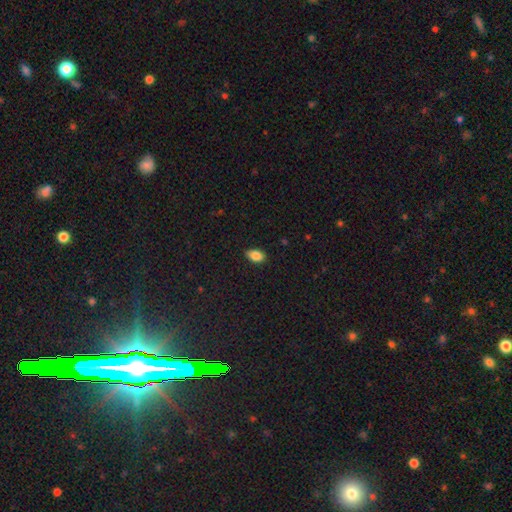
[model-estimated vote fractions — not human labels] smooth_or_featured: smooth (p=0.86) [alt: star or artifact p=0.08]
how_rounded: in between (p=0.88) [alt: round p=0.10]
merging: none (p=0.82) [alt: minor disturbance p=0.14]